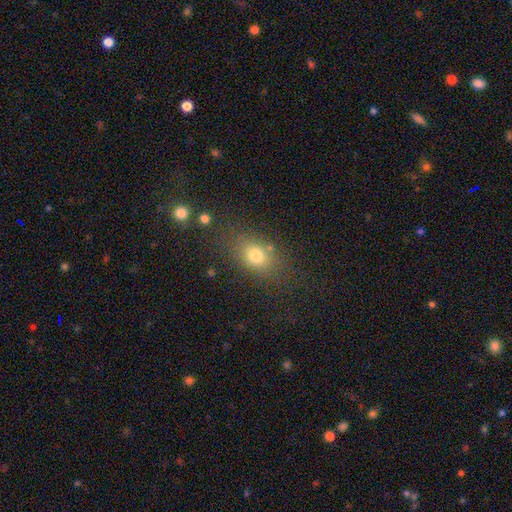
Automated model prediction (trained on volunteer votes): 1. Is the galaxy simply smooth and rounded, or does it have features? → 75% smooth, 14% star or artifact, 11% featured or disk.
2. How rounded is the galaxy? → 64% in between, 33% round, 3% cigar-shaped.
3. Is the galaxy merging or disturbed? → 73% none, 15% minor disturbance, 7% major disturbance, 5% merger.